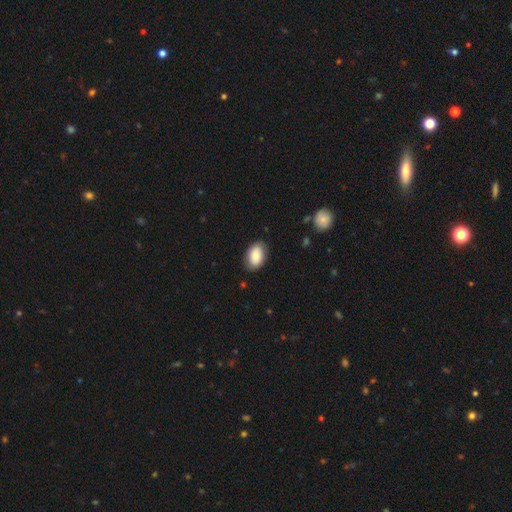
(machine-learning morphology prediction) A smooth galaxy with no disk features (83%) that is in between round and cigar-shaped (90%). Merging: none (82%).